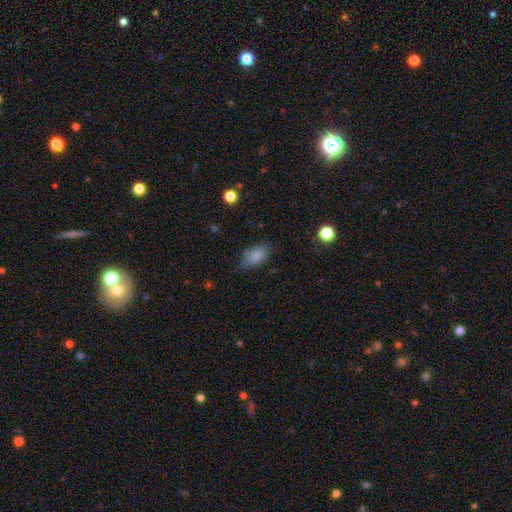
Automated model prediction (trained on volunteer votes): Morphology: type=smooth (84%); roundness=in between (88%); merging=none (63%).